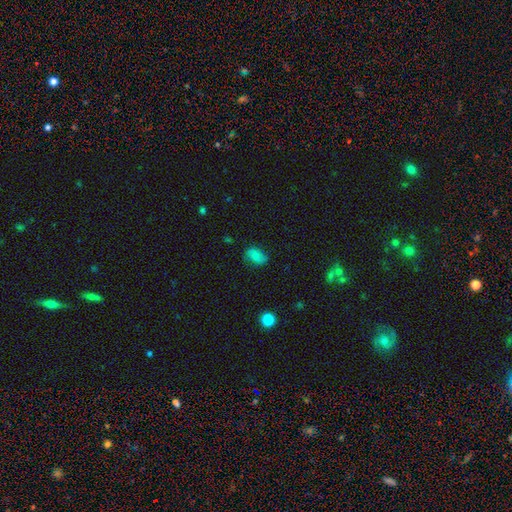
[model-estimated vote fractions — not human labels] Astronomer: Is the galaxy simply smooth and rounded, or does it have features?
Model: smooth — 73%.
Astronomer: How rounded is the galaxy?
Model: in between — 85%.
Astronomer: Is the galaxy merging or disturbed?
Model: none — 72%.